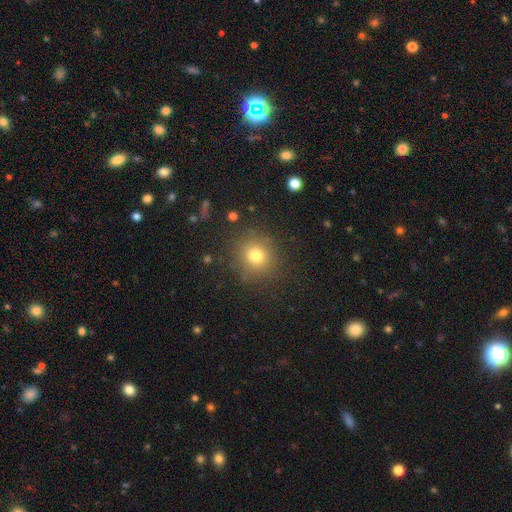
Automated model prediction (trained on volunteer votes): Smooth or featured? Predicted: smooth (p=0.76). How rounded? Predicted: round (p=0.87). Merging? Predicted: none (p=0.86).